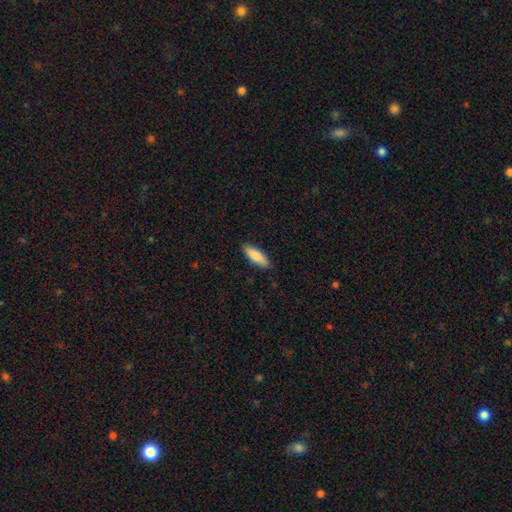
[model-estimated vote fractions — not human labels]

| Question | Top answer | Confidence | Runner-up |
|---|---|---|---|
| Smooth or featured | smooth | 85% | featured or disk (9%) |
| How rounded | in between | 61% | cigar-shaped (38%) |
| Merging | none | 86% | minor disturbance (11%) |